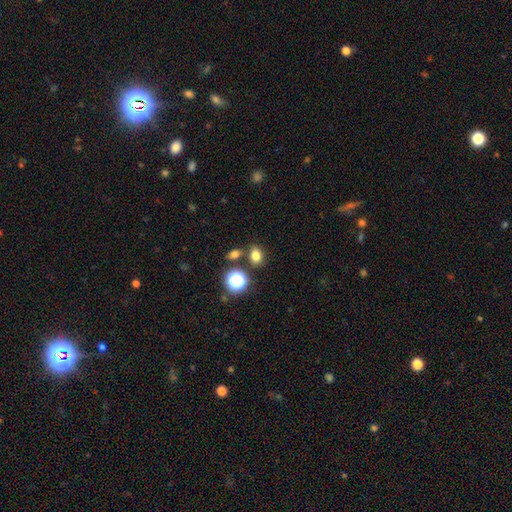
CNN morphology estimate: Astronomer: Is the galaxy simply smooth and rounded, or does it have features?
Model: smooth — 77%.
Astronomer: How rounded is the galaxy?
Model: in between — 60% (runner-up: round, 39%).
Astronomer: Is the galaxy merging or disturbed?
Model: none — 76%.